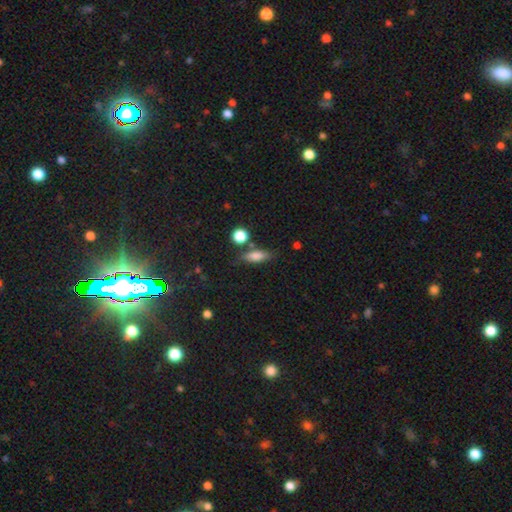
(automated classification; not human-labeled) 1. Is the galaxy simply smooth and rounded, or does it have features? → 76% smooth, 15% featured or disk, 9% star or artifact.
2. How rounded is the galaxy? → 59% in between, 34% cigar-shaped, 7% round.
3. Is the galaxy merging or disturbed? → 70% none, 16% minor disturbance, 9% merger, 5% major disturbance.